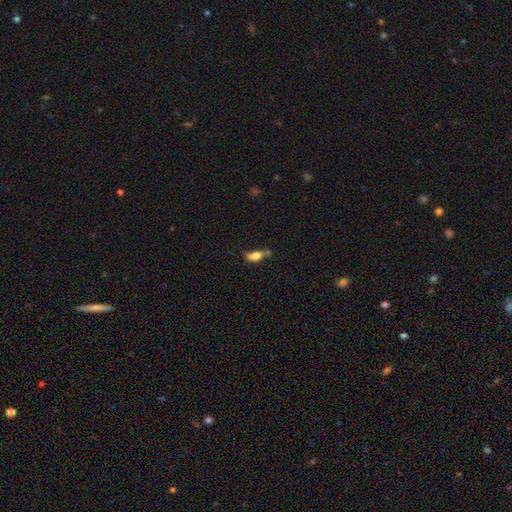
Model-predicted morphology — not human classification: The model was most divided on "merging": none: 39%, minor disturbance: 29%, merger: 17%, major disturbance: 14%. More confident: how rounded — in between (78%); smooth or featured — smooth (70%).